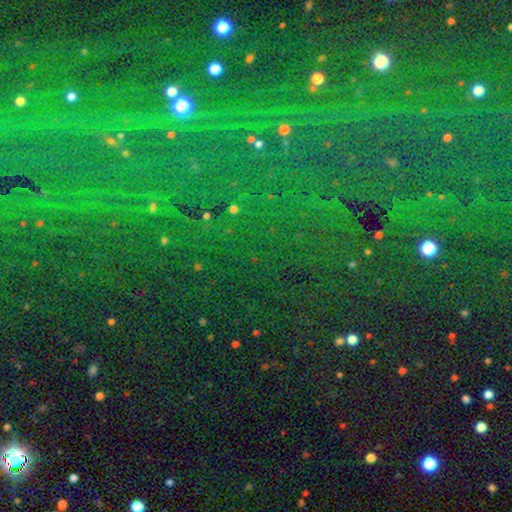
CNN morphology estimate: star or artifact 81%, smooth 11%, featured or disk 7%.